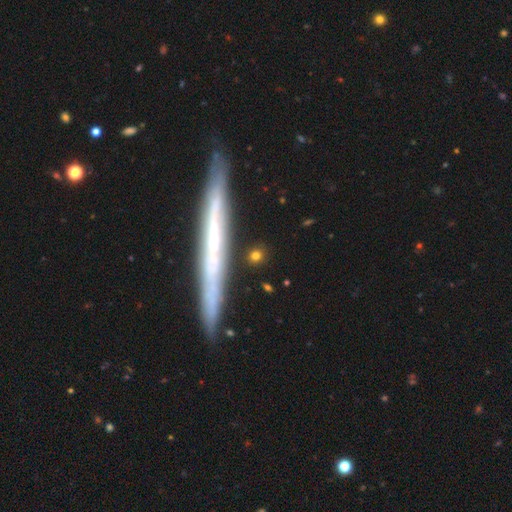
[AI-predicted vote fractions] Smooth or featured? Predicted: smooth (p=0.66). How rounded? Predicted: round (p=0.42). Merging? Predicted: none (p=0.83).